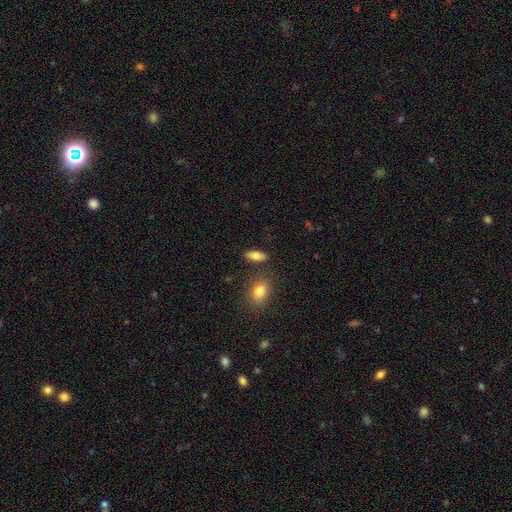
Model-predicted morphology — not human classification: Smooth or featured? smooth (79%)
How rounded? in between (82%)
Merging? none (81%)